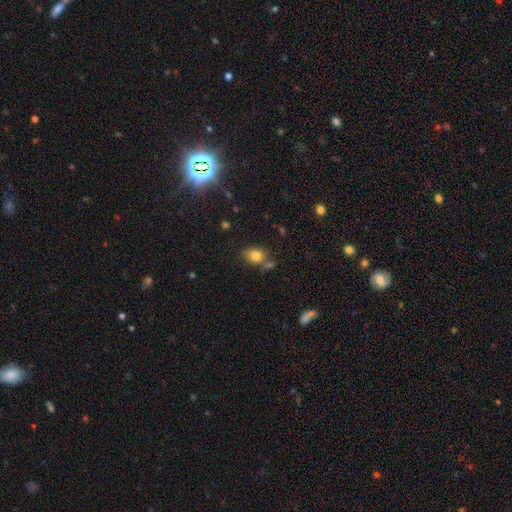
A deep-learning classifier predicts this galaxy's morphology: smooth-or-featured: smooth: 81% | star or artifact: 10% | featured or disk: 9%
  how-rounded: in between: 65% | round: 34% | cigar-shaped: 1%
  merging: none: 63% | merger: 16% | minor disturbance: 16% | major disturbance: 4%